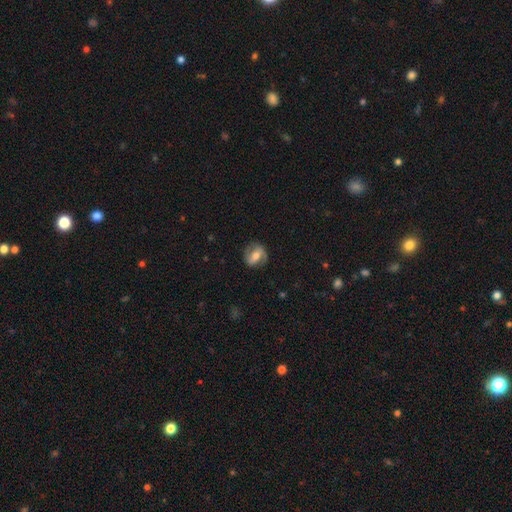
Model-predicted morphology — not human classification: This is possibly a featured or disk galaxy (58%). It is clearly not viewed edge-on (94%). Bar: marginally strong (43%). Spiral arm pattern: likely yes (75%). Central bulge: likely moderate (62%). Merging: likely none (78%).